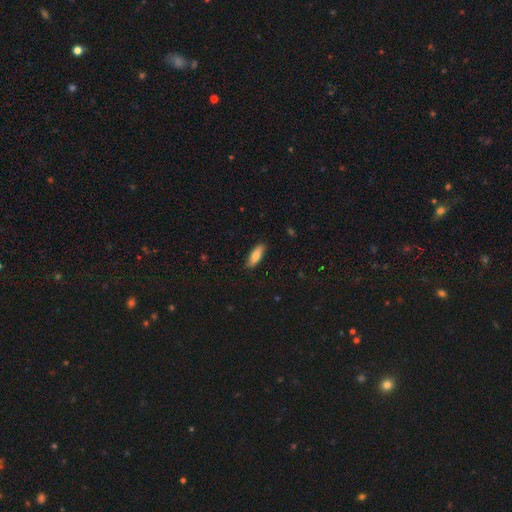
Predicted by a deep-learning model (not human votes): A smooth galaxy with no disk features (73%) that is in between round and cigar-shaped (58%). Merging: none (86%).